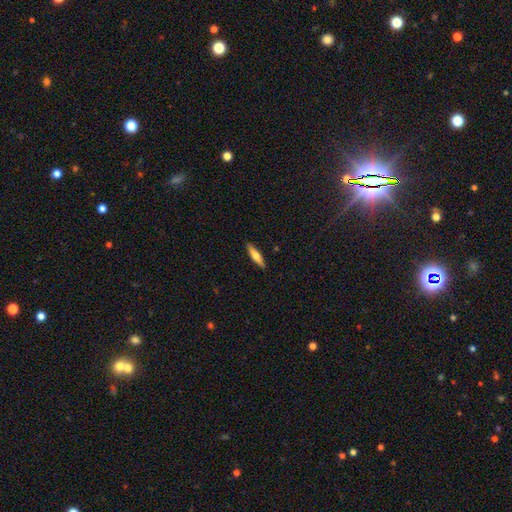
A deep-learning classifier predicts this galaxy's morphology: Smooth or featured? smooth (55%)
How rounded? cigar-shaped (77%)
Merging? none (89%)